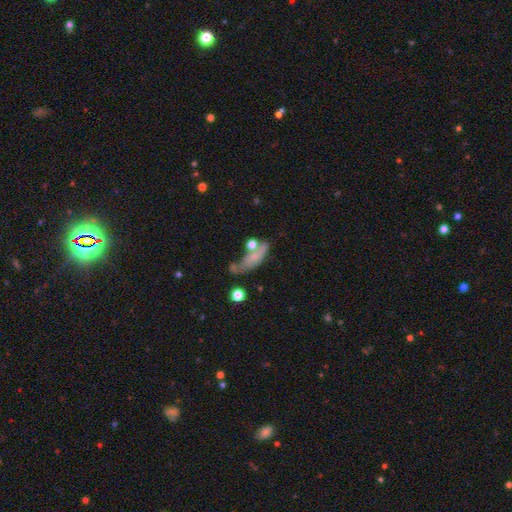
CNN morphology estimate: The model was most divided on "merging": none: 36%, minor disturbance: 25%, major disturbance: 20%, merger: 19%. More confident: how rounded — in between (58%); smooth or featured — smooth (57%).